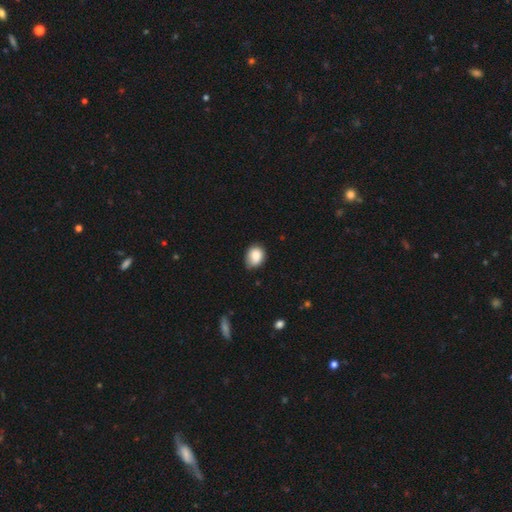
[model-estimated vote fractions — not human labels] smooth-or-featured: smooth: 84% | star or artifact: 8% | featured or disk: 8%
  how-rounded: in between: 53% | round: 46% | cigar-shaped: 1%
  merging: none: 58% | minor disturbance: 34% | major disturbance: 6% | merger: 2%